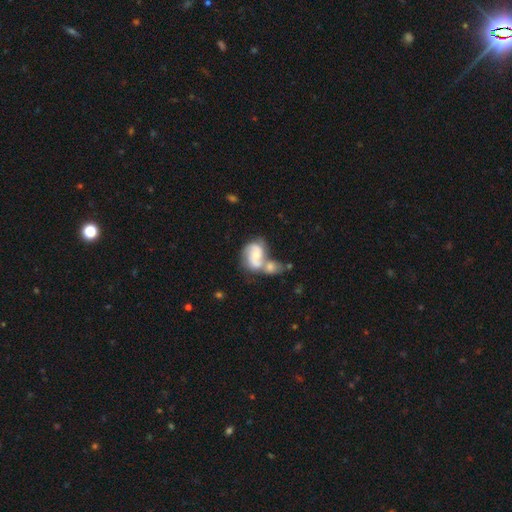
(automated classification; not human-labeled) Smooth or featured?
  - featured or disk: 65% *
  - smooth: 28%
  - star or artifact: 6%
Edge-on disk?
  - no: 97% *
  - yes: 3%
Bar?
  - no: 60% *
  - weak: 32%
  - strong: 8%
Spiral arms?
  - yes: 85% *
  - no: 15%
Spiral winding?
  - medium: 49% *
  - loose: 27%
  - tight: 24%
Spiral arm count?
  - 2: 79% *
  - can't tell: 11%
  - 1: 5%
  - 3: 4%
  - 4: 1%
  - more than 4: 1%
Bulge size?
  - moderate: 53% *
  - small: 37%
  - large: 5%
  - none: 4%
  - dominant: 1%
Merging?
  - merger: 66% *
  - none: 17%
  - minor disturbance: 10%
  - major disturbance: 7%